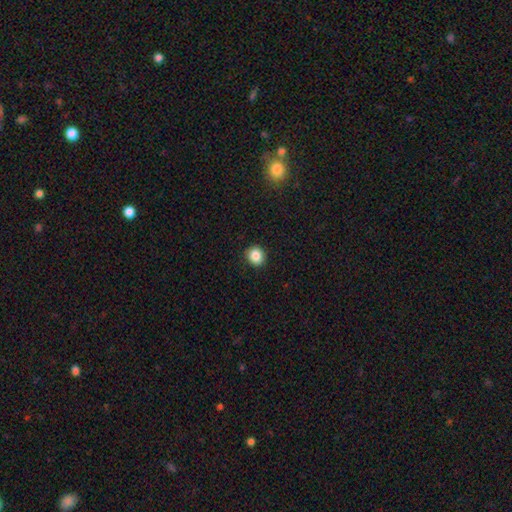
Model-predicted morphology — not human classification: smooth-or-featured: smooth: 86% | star or artifact: 10% | featured or disk: 4%
  how-rounded: round: 82% | in between: 17% | cigar-shaped: 1%
  merging: none: 91% | minor disturbance: 6% | major disturbance: 2% | merger: 1%